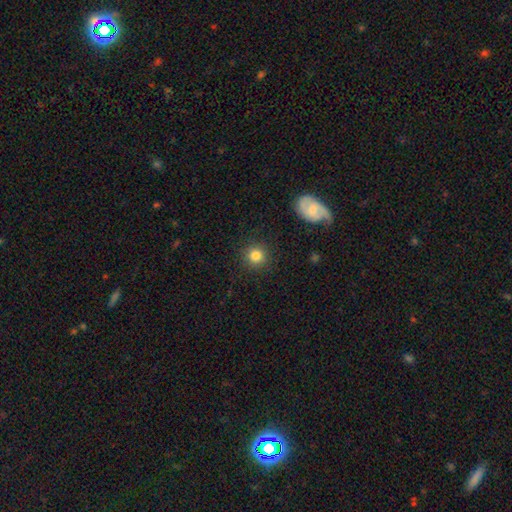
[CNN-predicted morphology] The model was most divided on "smooth or featured": smooth: 83%, star or artifact: 11%, featured or disk: 6%. More confident: how rounded — round (93%); merging — none (90%).